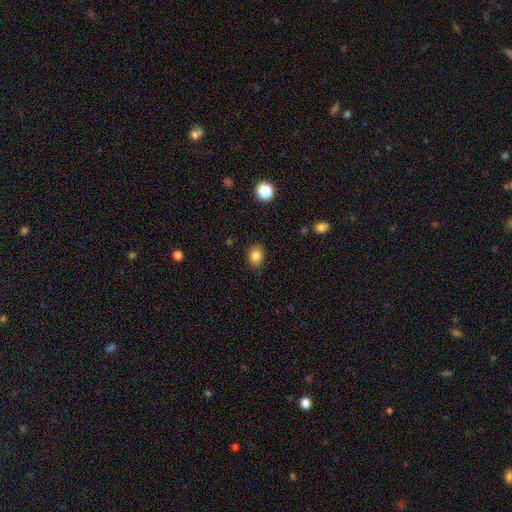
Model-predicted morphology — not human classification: A smooth galaxy with no disk features (84%) that is in between round and cigar-shaped (56%). Merging: none (86%).